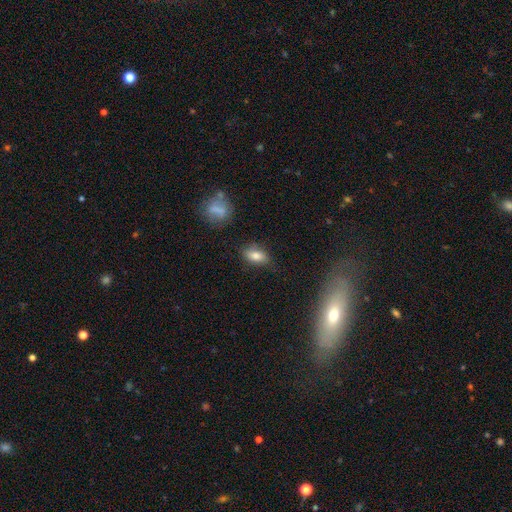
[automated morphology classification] Overall: smooth (81%). How rounded: in between (87%). Merging: none (72%).